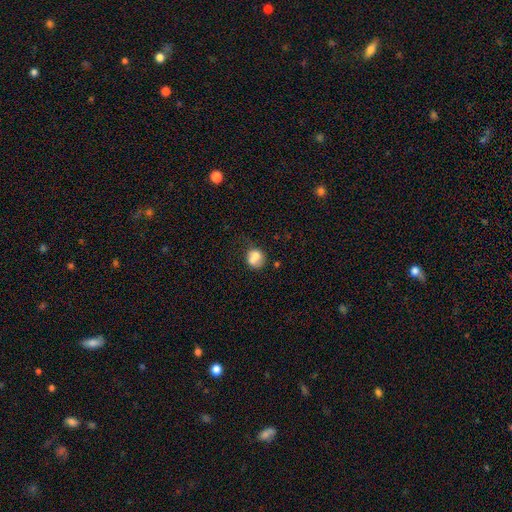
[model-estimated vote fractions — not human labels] Smooth or featured?
  - smooth: 70% *
  - featured or disk: 20%
  - star or artifact: 10%
How rounded?
  - round: 69% *
  - in between: 30%
  - cigar-shaped: 1%
Merging?
  - merger: 42% *
  - none: 33%
  - minor disturbance: 16%
  - major disturbance: 8%